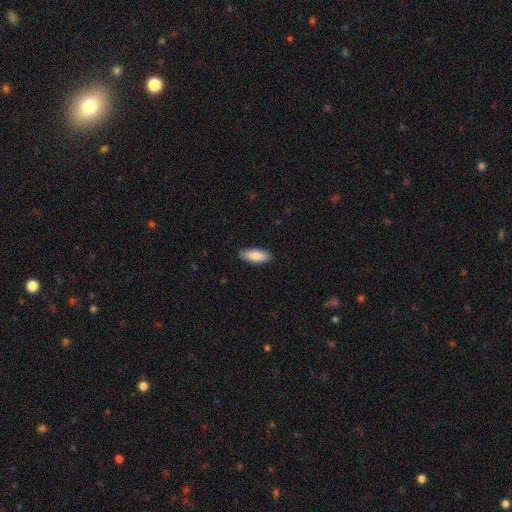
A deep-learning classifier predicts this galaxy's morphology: The model was most divided on "how rounded": in between: 81%, cigar-shaped: 17%, round: 2%. More confident: merging — none (88%); smooth or featured — smooth (87%).